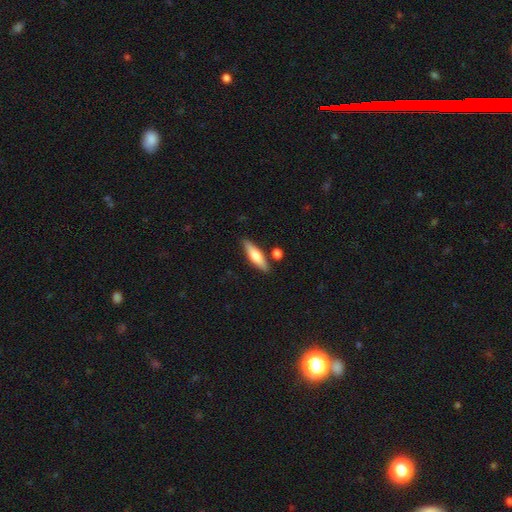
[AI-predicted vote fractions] smooth 59%, featured or disk 36%, star or artifact 6%. Down the decision tree: how rounded — cigar-shaped (66%); merging — none (81%).